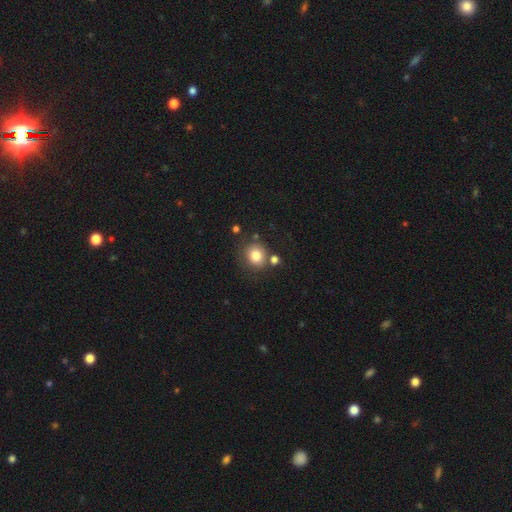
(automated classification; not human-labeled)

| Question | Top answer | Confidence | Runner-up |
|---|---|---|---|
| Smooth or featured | smooth | 81% | star or artifact (11%) |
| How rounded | round | 84% | in between (15%) |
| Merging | none | 73% | minor disturbance (12%) |